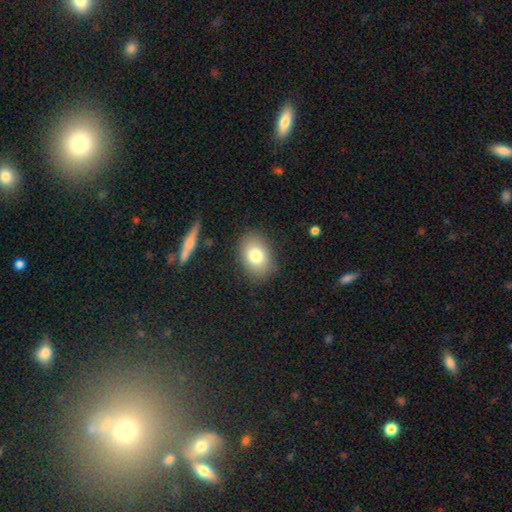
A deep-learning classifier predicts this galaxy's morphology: type=smooth (79%); roundness=in between (77%); merging=none (85%).